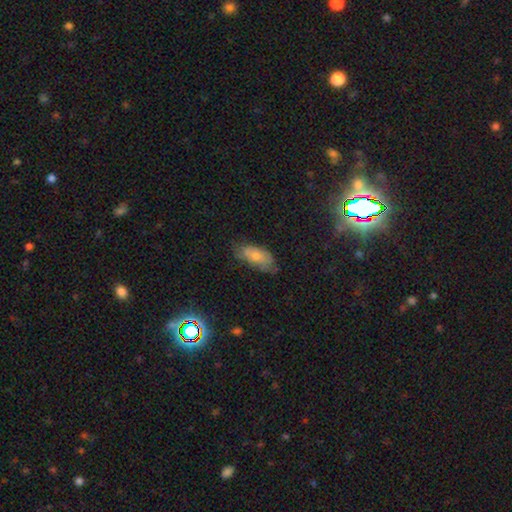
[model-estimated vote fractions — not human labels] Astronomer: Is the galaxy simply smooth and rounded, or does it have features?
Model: smooth — 69%.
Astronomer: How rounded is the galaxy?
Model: in between — 88%.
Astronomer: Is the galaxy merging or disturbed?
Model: none — 53% (runner-up: minor disturbance, 33%).